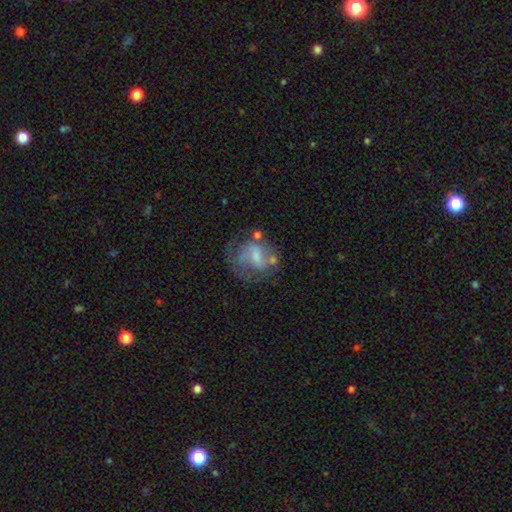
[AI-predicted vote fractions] A featured or disk galaxy (56%) with a weak bar (45%), spiral arms (60%) and a small central bulge (34%). Merging: none (43%).